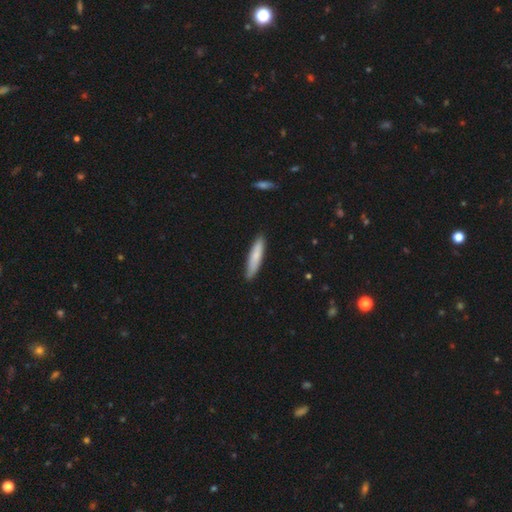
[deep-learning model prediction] Smooth or featured? smooth (77%)
How rounded? cigar-shaped (85%)
Merging? none (88%)